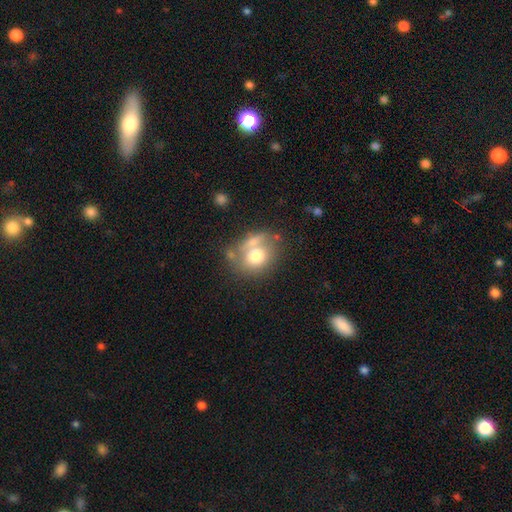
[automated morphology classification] Q: Smooth or featured?
A: smooth (69%); runner-up: featured or disk (21%)
Q: How rounded?
A: round (59%); runner-up: in between (39%)
Q: Merging?
A: none (46%); runner-up: merger (24%)